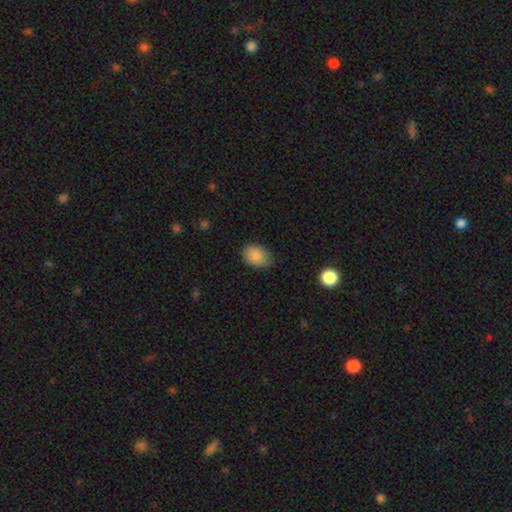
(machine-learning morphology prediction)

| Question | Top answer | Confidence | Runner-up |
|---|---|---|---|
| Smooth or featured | smooth | 85% | star or artifact (8%) |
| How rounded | in between | 78% | round (21%) |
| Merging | none | 74% | minor disturbance (22%) |